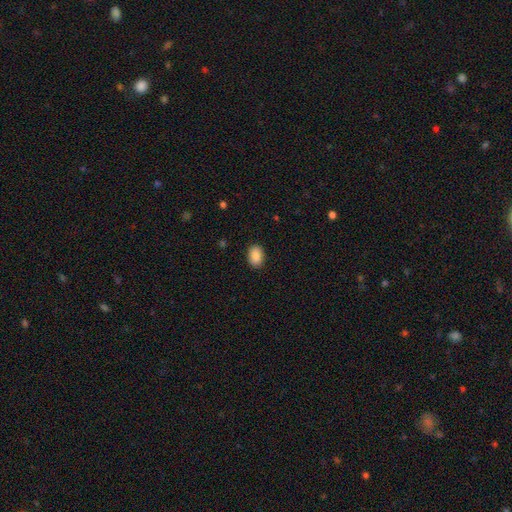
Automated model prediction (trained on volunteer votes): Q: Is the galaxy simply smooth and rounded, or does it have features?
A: smooth — 89%.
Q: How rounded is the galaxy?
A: in between — 83%.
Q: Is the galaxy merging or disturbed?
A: none — 89%.